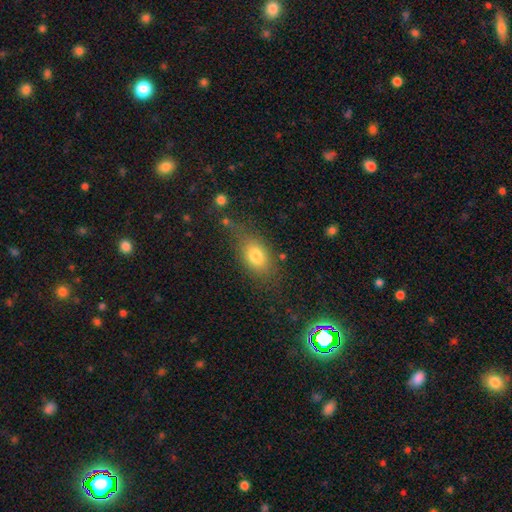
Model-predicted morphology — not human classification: This is likely a smooth galaxy (77%). How rounded: likely in between (76%). Merging: likely none (63%).